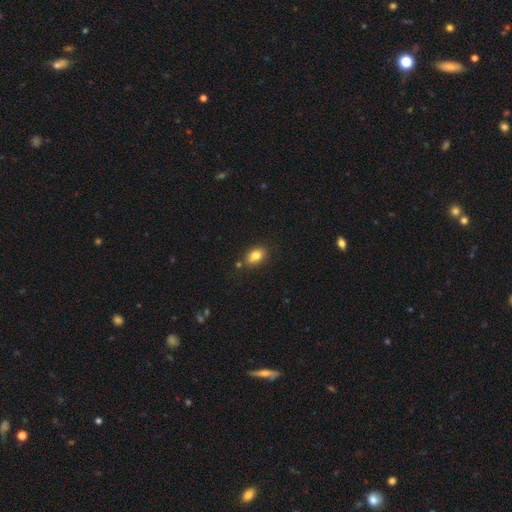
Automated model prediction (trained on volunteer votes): smooth_or_featured: smooth (p=0.81) [alt: featured or disk p=0.10]
how_rounded: in between (p=0.79) [alt: round p=0.19]
merging: none (p=0.73) [alt: minor disturbance p=0.16]